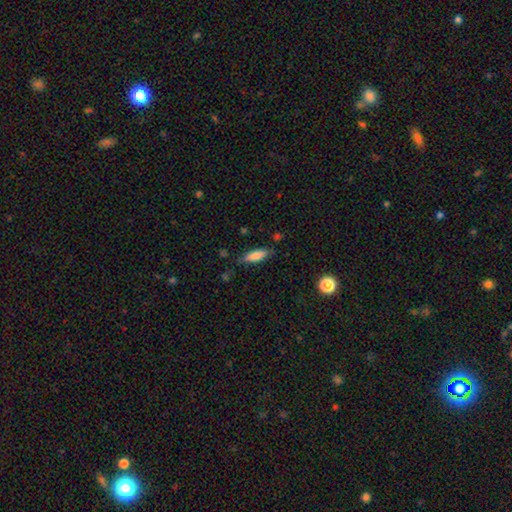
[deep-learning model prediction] smooth_or_featured: smooth (p=0.80) [alt: featured or disk p=0.13]
how_rounded: in between (p=0.55) [alt: cigar-shaped p=0.43]
merging: none (p=0.76) [alt: minor disturbance p=0.18]